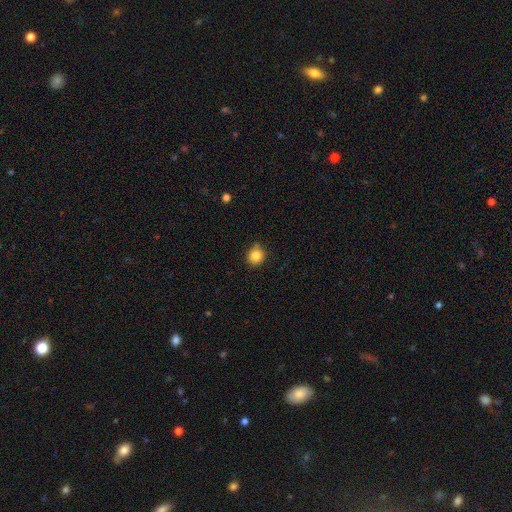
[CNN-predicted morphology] A smooth galaxy with no disk features (85%) that is round (85%).

Vote fractions:
- Smooth or featured? smooth: 85% / star or artifact: 10% / featured or disk: 5%
- How rounded? round: 85% / in between: 14% / cigar-shaped: 1%
- Merging? none: 76% / minor disturbance: 16% / merger: 5% / major disturbance: 3%